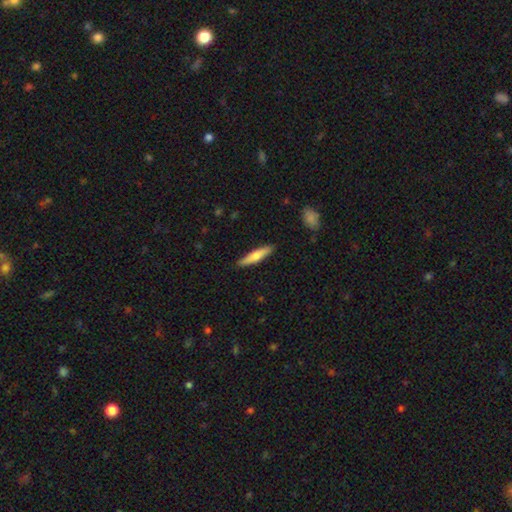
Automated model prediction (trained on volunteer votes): Smooth or featured?
  - smooth: 62% *
  - featured or disk: 32%
  - star or artifact: 5%
How rounded?
  - cigar-shaped: 85% *
  - in between: 13%
  - round: 2%
Merging?
  - none: 89% *
  - minor disturbance: 8%
  - major disturbance: 2%
  - merger: 1%